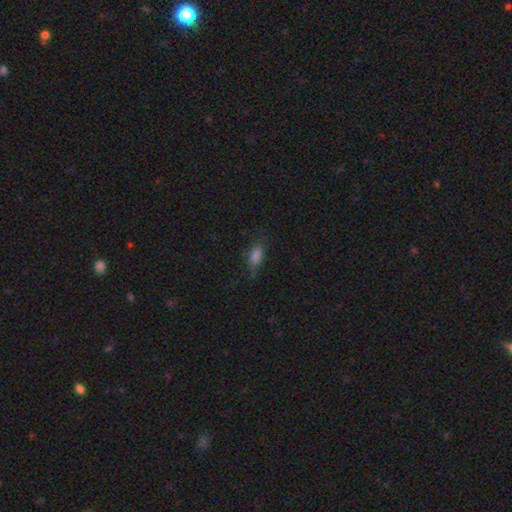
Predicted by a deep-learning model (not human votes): Overall: smooth (74%). How rounded: in between (77%). Merging: none (60%; minor disturbance 26%).